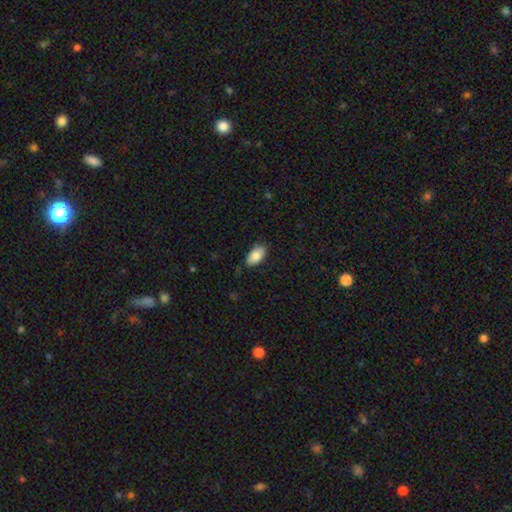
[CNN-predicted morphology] Smooth or featured?
  - smooth: 84% *
  - featured or disk: 9%
  - star or artifact: 7%
How rounded?
  - in between: 94% *
  - round: 4%
  - cigar-shaped: 3%
Merging?
  - none: 80% *
  - minor disturbance: 16%
  - major disturbance: 3%
  - merger: 1%